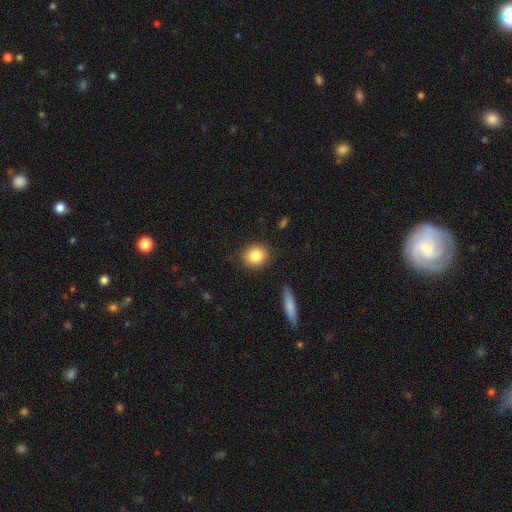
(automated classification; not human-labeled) Smooth or featured?
  - smooth: 84% *
  - star or artifact: 8%
  - featured or disk: 7%
How rounded?
  - round: 78% *
  - in between: 20%
  - cigar-shaped: 2%
Merging?
  - none: 88% *
  - minor disturbance: 8%
  - major disturbance: 2%
  - merger: 2%